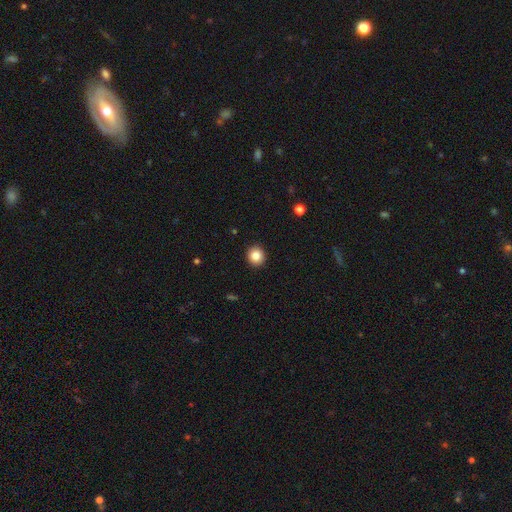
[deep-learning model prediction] smooth 85%, star or artifact 10%, featured or disk 6%. Down the decision tree: how rounded — round (88%); merging — none (93%).